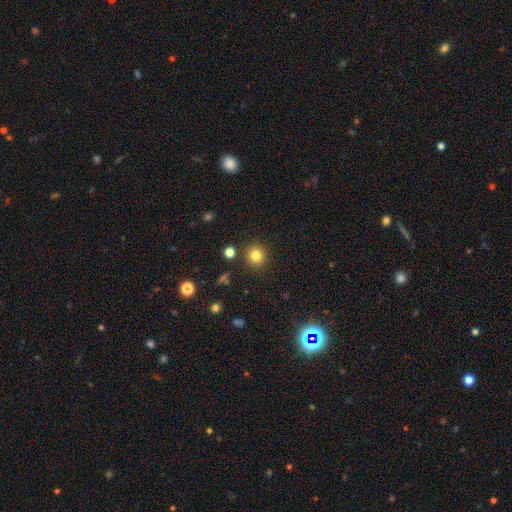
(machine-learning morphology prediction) smooth-or-featured: smooth: 81% | star or artifact: 13% | featured or disk: 7%
  how-rounded: round: 92% | in between: 7% | cigar-shaped: 1%
  merging: none: 89% | minor disturbance: 6% | merger: 3% | major disturbance: 2%